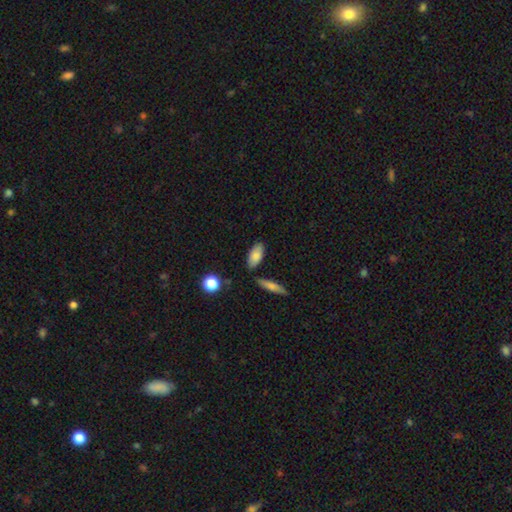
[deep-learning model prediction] Smooth or featured?
  - smooth: 82% *
  - featured or disk: 11%
  - star or artifact: 7%
How rounded?
  - in between: 86% *
  - cigar-shaped: 11%
  - round: 3%
Merging?
  - none: 77% *
  - minor disturbance: 13%
  - merger: 6%
  - major disturbance: 3%